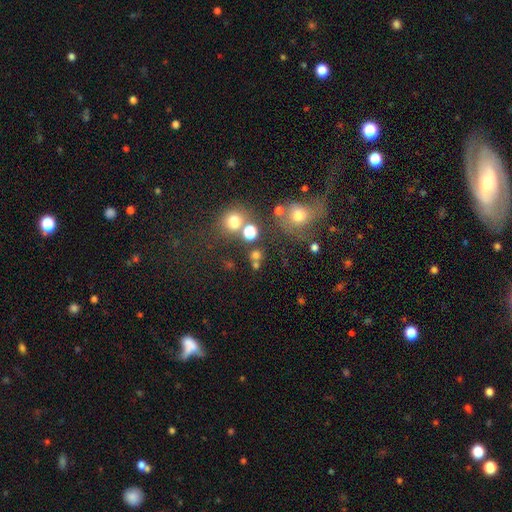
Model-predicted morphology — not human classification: smooth-or-featured: smooth: 67% | star or artifact: 23% | featured or disk: 9%
  how-rounded: round: 85% | in between: 13% | cigar-shaped: 2%
  merging: none: 66% | merger: 19% | minor disturbance: 9% | major disturbance: 6%